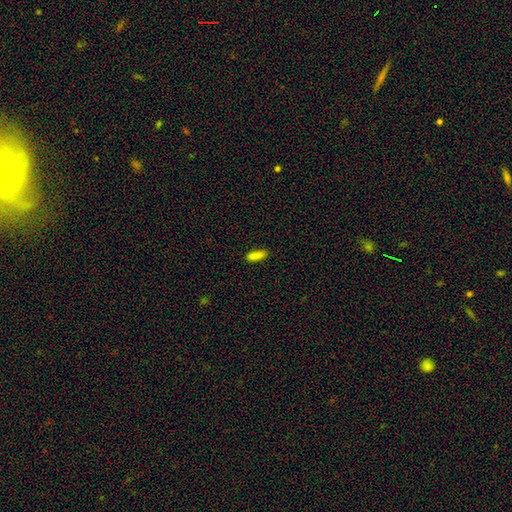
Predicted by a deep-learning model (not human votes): Overall: smooth (86%). How rounded: cigar-shaped (50%; in between 48%). Merging: none (85%).